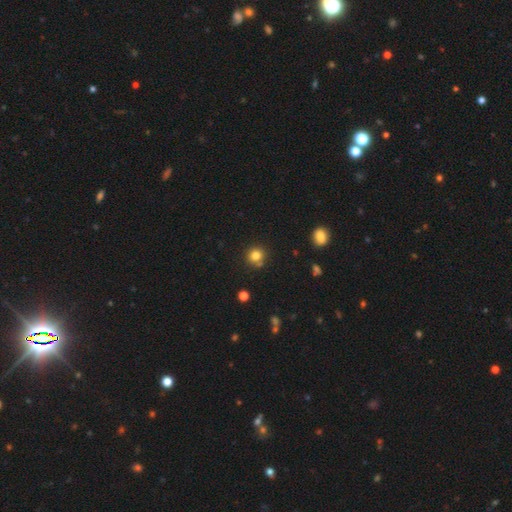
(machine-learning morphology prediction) Smooth or featured?
  - smooth: 81% *
  - star or artifact: 13%
  - featured or disk: 6%
How rounded?
  - round: 91% *
  - in between: 9%
  - cigar-shaped: 1%
Merging?
  - none: 77% *
  - minor disturbance: 10%
  - merger: 10%
  - major disturbance: 3%